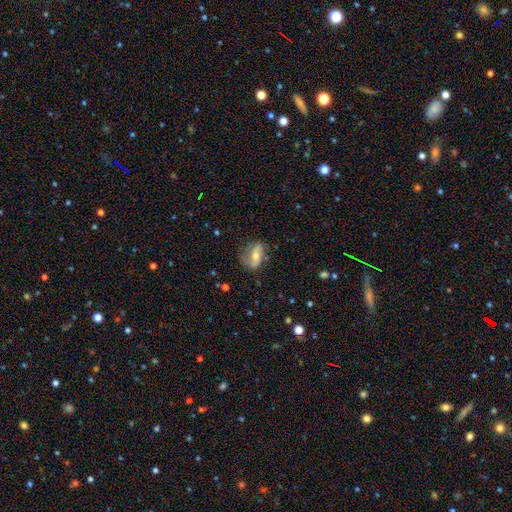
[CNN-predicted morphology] type=featured or disk (60%); edge-on=no (92%); bar=no (36%); spiral arms=yes (78%); bulge=moderate (57%); merging=none (67%).